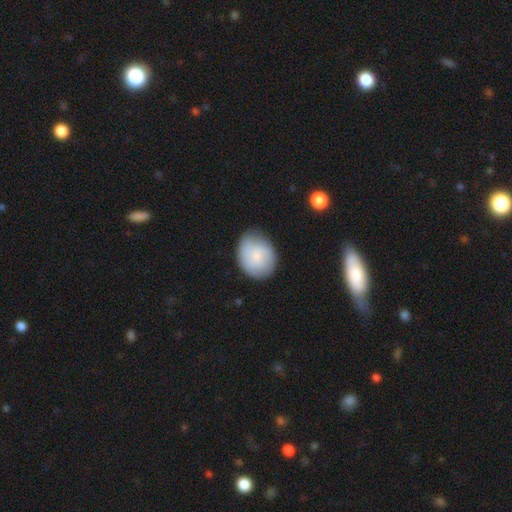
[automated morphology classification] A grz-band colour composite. It shows a smooth galaxy with no disk features (75%) that is round (52%). Merging: none (69%).